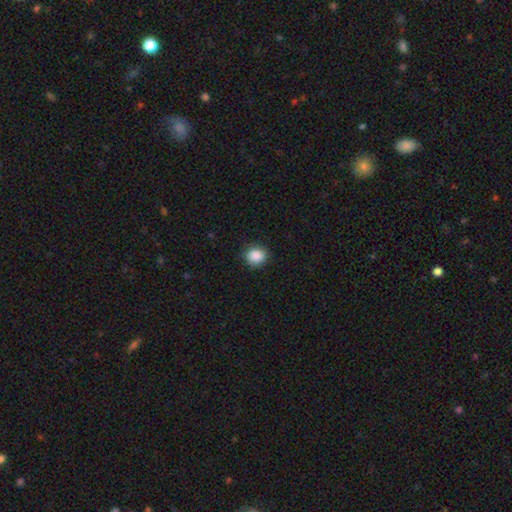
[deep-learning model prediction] Smooth or featured: smooth — 89% (star or artifact — 8%)
How rounded: round — 75% (in between — 24%)
Merging: none — 87% (minor disturbance — 10%)